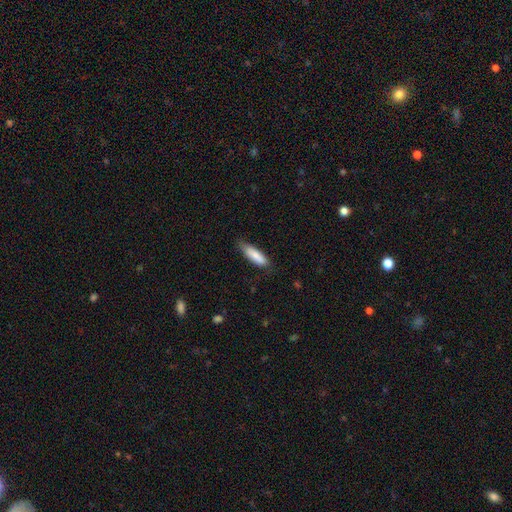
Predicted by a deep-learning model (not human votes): The model was most divided on "how rounded": cigar-shaped: 61%, in between: 37%, round: 1%. More confident: smooth or featured — smooth (83%); merging — none (75%).